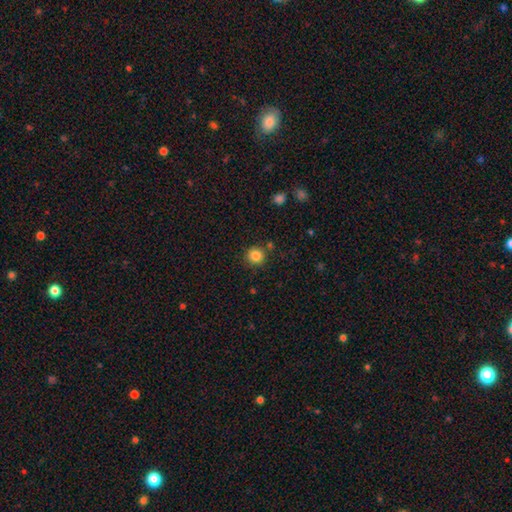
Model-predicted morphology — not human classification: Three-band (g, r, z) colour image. It shows a smooth galaxy with no disk features (85%) that is round (93%). Merging: none (84%).